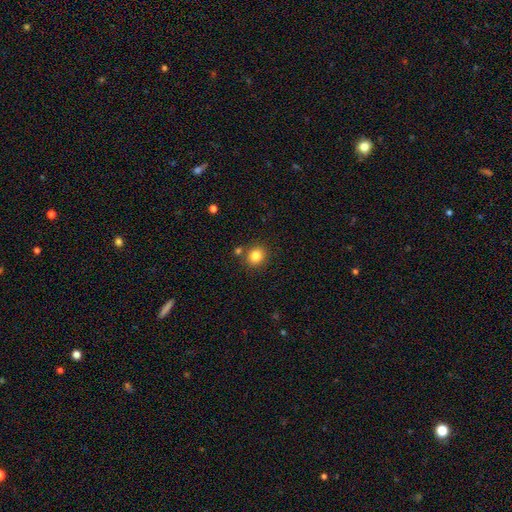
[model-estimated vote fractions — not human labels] Morphology: type=smooth (83%); roundness=round (81%); merging=none (82%).